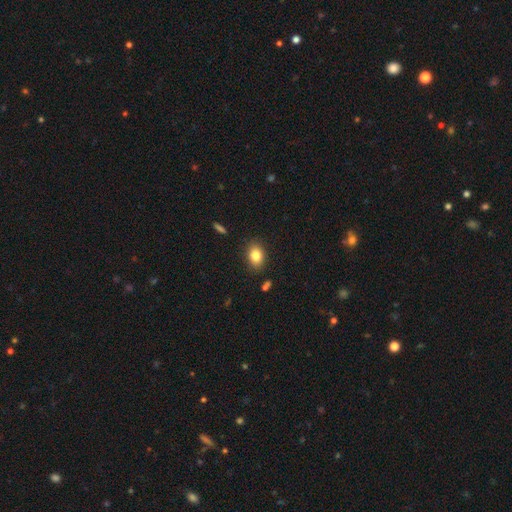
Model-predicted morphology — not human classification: Smooth or featured?
  - smooth: 83% *
  - star or artifact: 9%
  - featured or disk: 8%
How rounded?
  - in between: 72% *
  - round: 27%
  - cigar-shaped: 1%
Merging?
  - none: 86% *
  - minor disturbance: 10%
  - major disturbance: 2%
  - merger: 2%